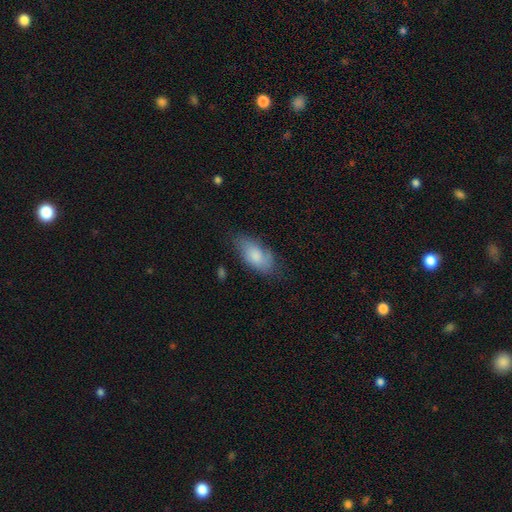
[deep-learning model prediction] smooth 77%, featured or disk 17%, star or artifact 6%. Down the decision tree: how rounded — in between (90%); merging — none (63%).